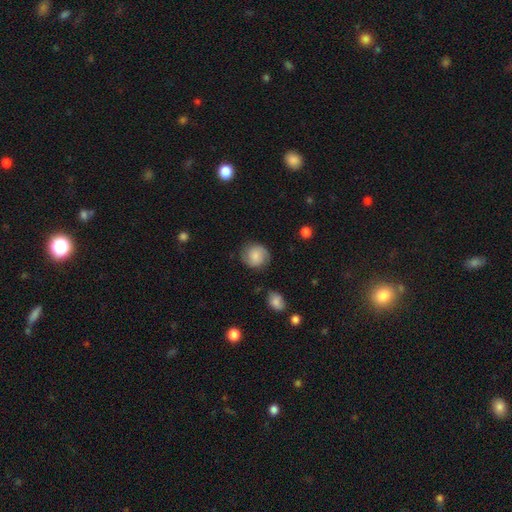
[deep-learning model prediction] This appears to be a smooth galaxy with no disk features (63%) that is round (85%). Merging: none (78%).